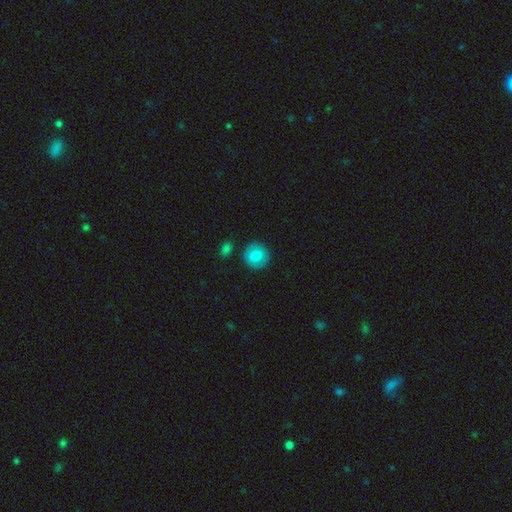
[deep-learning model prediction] Smooth or featured? Predicted: smooth (p=0.77). How rounded? Predicted: round (p=0.90). Merging? Predicted: none (p=0.87).